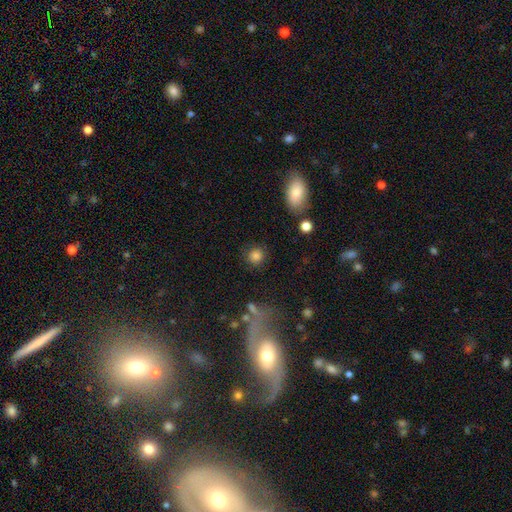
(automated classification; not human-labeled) The model was most divided on "smooth or featured": smooth: 82%, star or artifact: 12%, featured or disk: 5%. More confident: how rounded — round (90%); merging — none (84%).